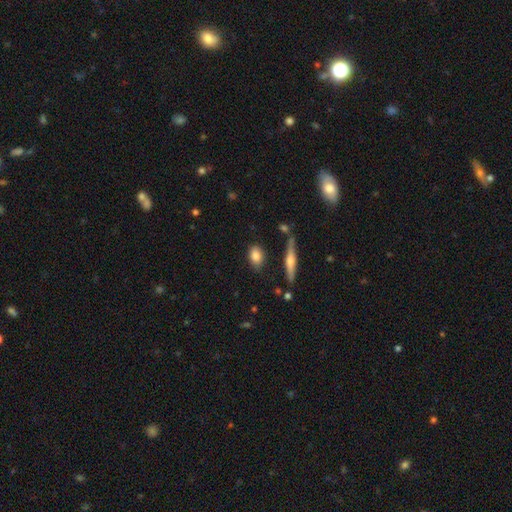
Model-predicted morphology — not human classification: Q: Smooth or featured?
A: smooth (79%); runner-up: featured or disk (13%)
Q: How rounded?
A: in between (72%); runner-up: round (21%)
Q: Merging?
A: none (79%); runner-up: minor disturbance (14%)